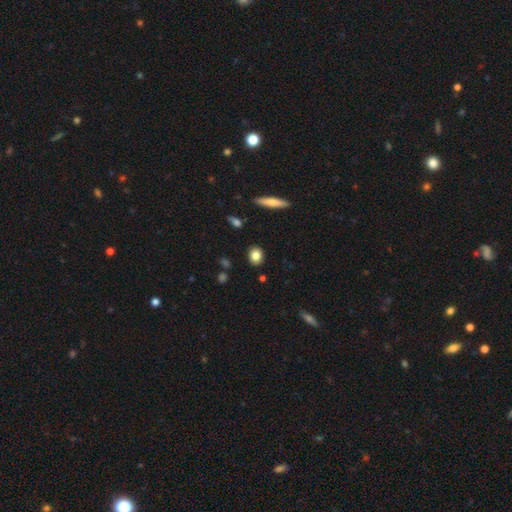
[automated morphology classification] smooth-or-featured: smooth: 82% | featured or disk: 9% | star or artifact: 9%
  how-rounded: in between: 53% | round: 45% | cigar-shaped: 2%
  merging: none: 88% | minor disturbance: 8% | major disturbance: 2% | merger: 2%